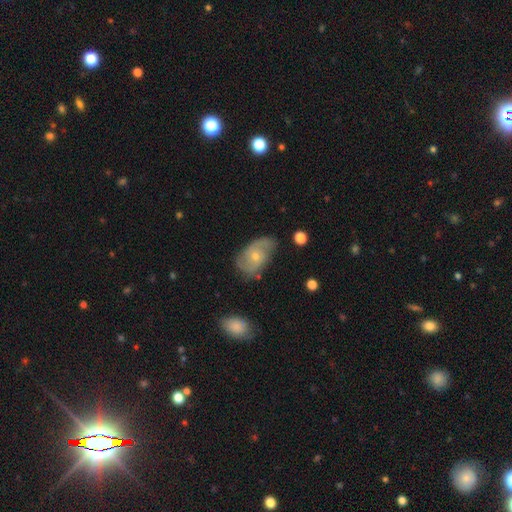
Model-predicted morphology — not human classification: Overall: featured or disk (67%). Edge-on disk: no (95%). Bar: no (75%). Spiral arms: yes (85%). Spiral arm count: 2 (58%; can't tell 24%). Spiral winding: medium (41%; tight 35%). Bulge size: small (61%; moderate 36%). Merging: none (63%; minor disturbance 26%).